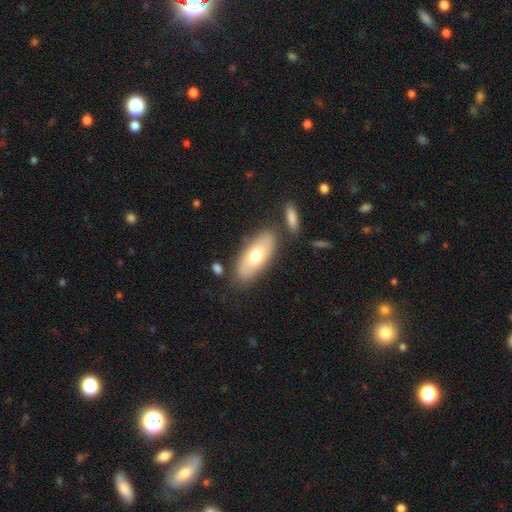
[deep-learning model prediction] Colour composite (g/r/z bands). It shows a smooth galaxy with no disk features (67%) that is in between round and cigar-shaped (83%). Merging: none (77%).